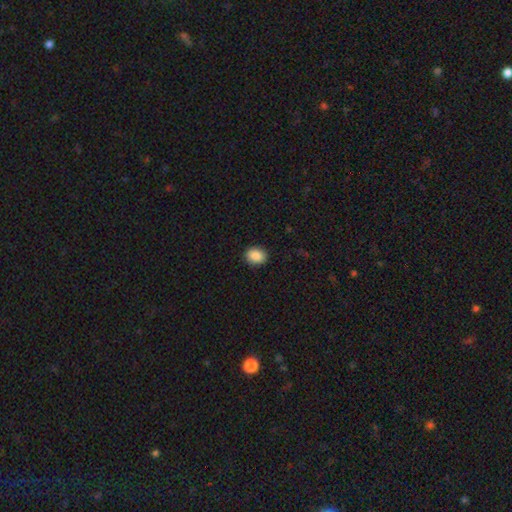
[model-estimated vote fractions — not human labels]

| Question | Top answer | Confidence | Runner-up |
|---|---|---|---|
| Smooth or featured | smooth | 89% | star or artifact (8%) |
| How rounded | in between | 55% | round (44%) |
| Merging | none | 90% | minor disturbance (7%) |